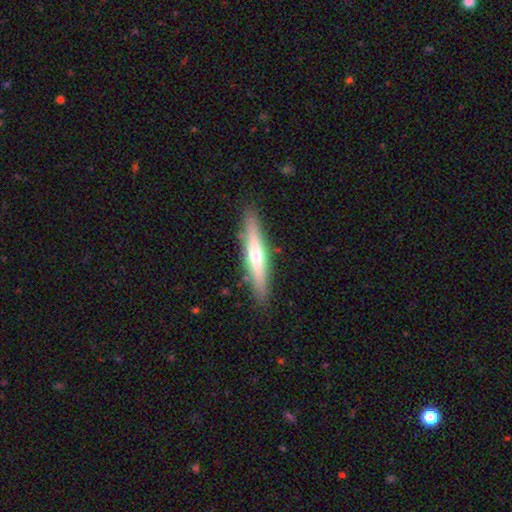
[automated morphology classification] The model was most divided on "smooth or featured": featured or disk: 57%, smooth: 37%, star or artifact: 6%. More confident: edge-on disk — yes (95%); merging — none (90%); edge-on bulge — rounded (79%).